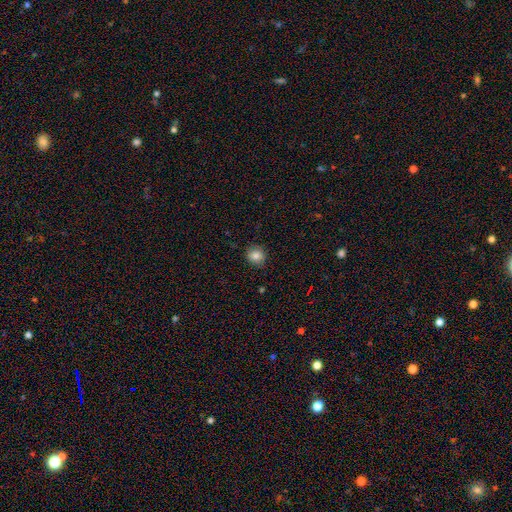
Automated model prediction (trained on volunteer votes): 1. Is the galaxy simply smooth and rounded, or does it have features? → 84% smooth, 10% star or artifact, 6% featured or disk.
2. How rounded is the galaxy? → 82% round, 18% in between, 1% cigar-shaped.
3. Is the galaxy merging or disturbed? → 87% none, 9% minor disturbance, 2% major disturbance, 1% merger.